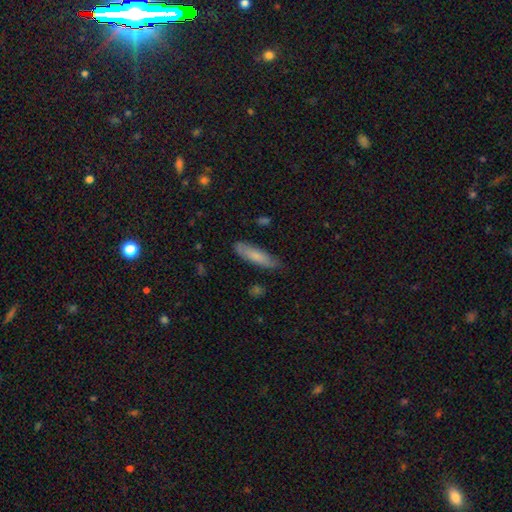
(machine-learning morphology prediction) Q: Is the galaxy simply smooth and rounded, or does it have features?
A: smooth — 76%.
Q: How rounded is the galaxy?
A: cigar-shaped — 69%.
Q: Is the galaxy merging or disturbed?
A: none — 77%.